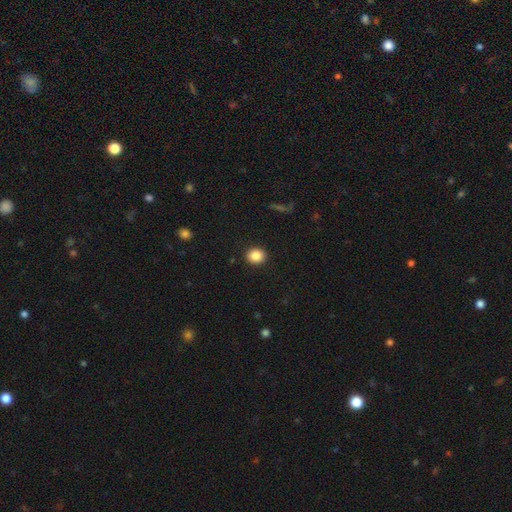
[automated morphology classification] smooth 86%, star or artifact 9%, featured or disk 4%. Down the decision tree: how rounded — round (69%); merging — none (91%).